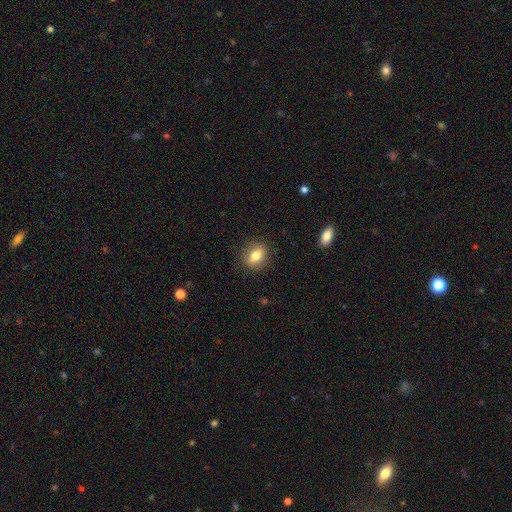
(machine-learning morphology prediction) smooth 77%, featured or disk 15%, star or artifact 8%. Down the decision tree: how rounded — in between (63%); merging — none (87%).